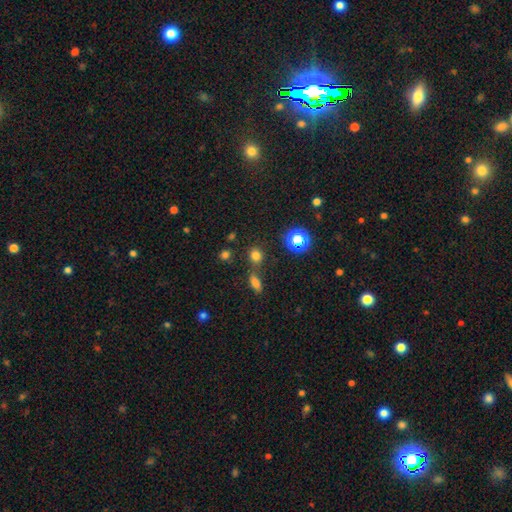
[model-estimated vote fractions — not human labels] A smooth galaxy with no disk features (72%) that is round (82%).

Vote fractions:
- Smooth or featured? smooth: 72% / star or artifact: 22% / featured or disk: 6%
- How rounded? round: 82% / in between: 17% / cigar-shaped: 2%
- Merging? none: 70% / merger: 16% / minor disturbance: 10% / major disturbance: 4%